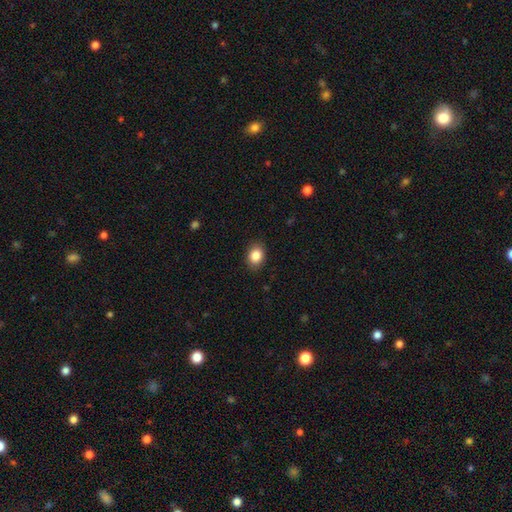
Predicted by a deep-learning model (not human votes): smooth 86%, star or artifact 8%, featured or disk 5%. Down the decision tree: how rounded — in between (64%); merging — none (87%).